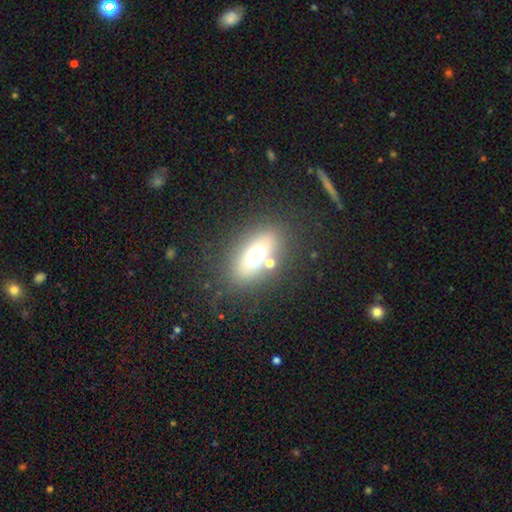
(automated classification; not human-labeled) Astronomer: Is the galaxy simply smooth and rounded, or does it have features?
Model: smooth — 62%.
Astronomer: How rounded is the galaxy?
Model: in between — 77%.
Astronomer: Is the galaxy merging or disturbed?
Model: none — 74%.